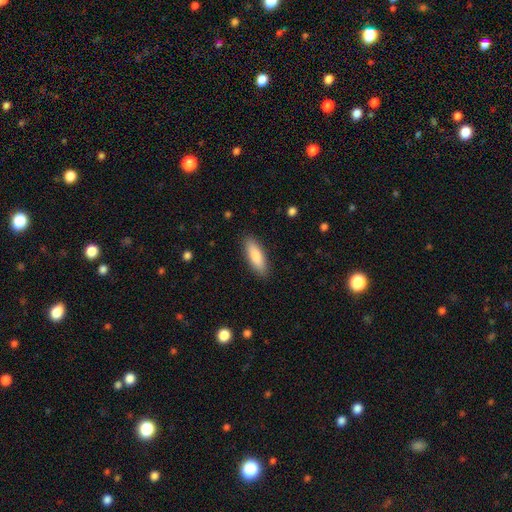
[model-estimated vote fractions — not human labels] A smooth galaxy with no disk features (83%) that is in between round and cigar-shaped (56%). Merging: none (89%).